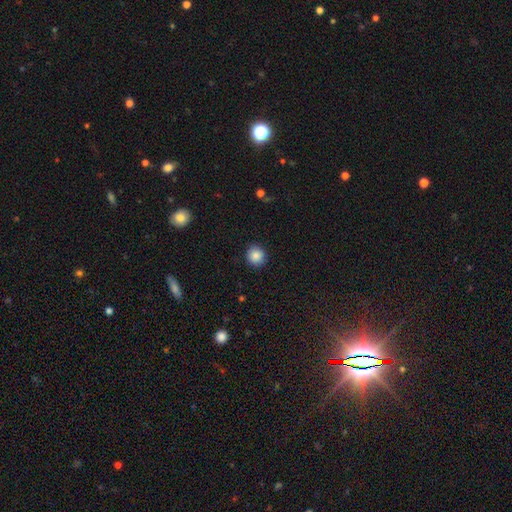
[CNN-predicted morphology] A smooth galaxy with no disk features (86%) that is round (92%). Merging: none (91%).